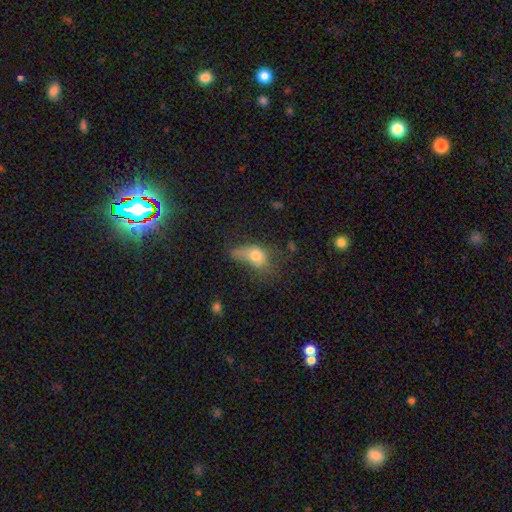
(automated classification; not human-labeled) smooth-or-featured: smooth: 69% | featured or disk: 20% | star or artifact: 12%
  how-rounded: in between: 73% | round: 23% | cigar-shaped: 4%
  merging: major disturbance: 44% | minor disturbance: 26% | none: 23% | merger: 7%